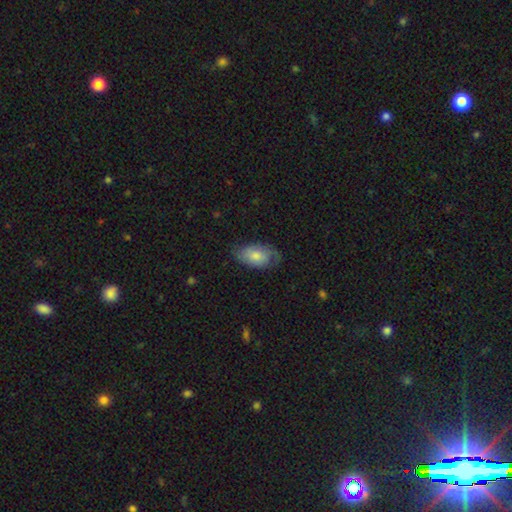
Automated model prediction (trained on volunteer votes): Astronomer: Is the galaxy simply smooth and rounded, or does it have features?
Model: smooth — 61%.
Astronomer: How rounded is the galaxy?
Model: in between — 92%.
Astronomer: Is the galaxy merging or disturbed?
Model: none — 61%.